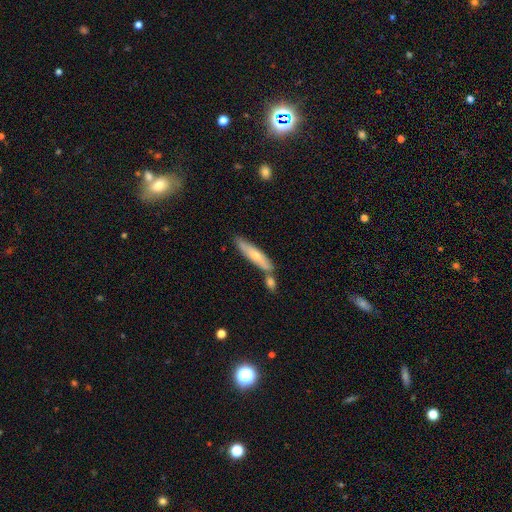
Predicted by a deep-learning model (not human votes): The model was most divided on "smooth or featured": smooth: 56%, featured or disk: 38%, star or artifact: 5%. More confident: how rounded — cigar-shaped (82%); merging — none (56%).